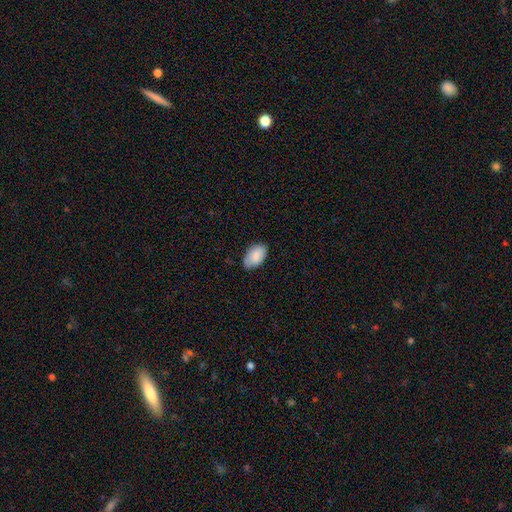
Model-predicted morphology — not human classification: A smooth galaxy with no disk features (86%) that is in between round and cigar-shaped (93%).

Vote fractions:
- Smooth or featured? smooth: 86% / featured or disk: 8% / star or artifact: 7%
- How rounded? in between: 93% / round: 5% / cigar-shaped: 1%
- Merging? none: 74% / minor disturbance: 21% / major disturbance: 3% / merger: 1%